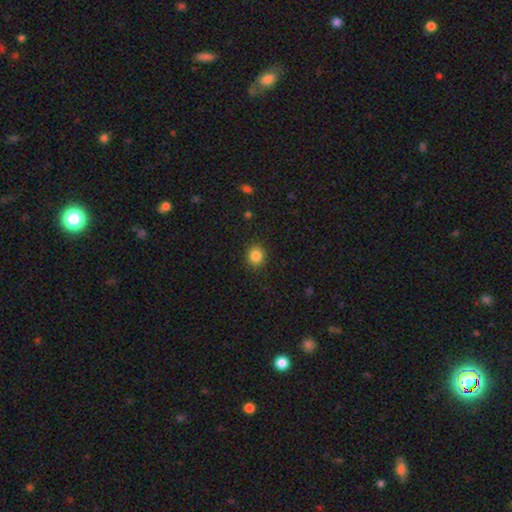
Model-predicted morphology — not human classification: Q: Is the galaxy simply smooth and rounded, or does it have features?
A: smooth — 85%.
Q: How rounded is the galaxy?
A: round — 80%.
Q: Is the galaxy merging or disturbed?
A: none — 90%.